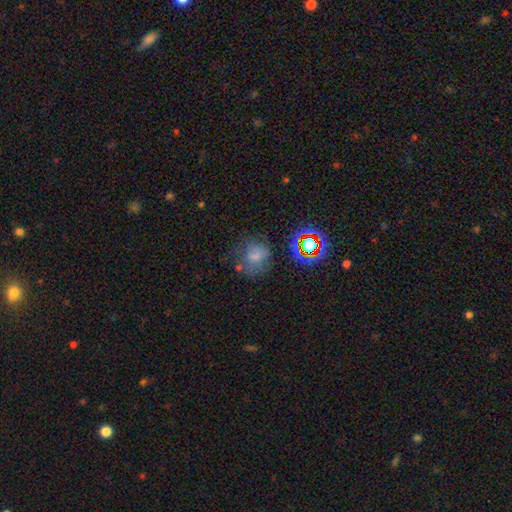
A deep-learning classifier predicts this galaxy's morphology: A smooth galaxy with no disk features (62%) that is round (70%).

Vote fractions:
- Smooth or featured? smooth: 62% / star or artifact: 21% / featured or disk: 17%
- How rounded? round: 70% / in between: 29% / cigar-shaped: 1%
- Merging? none: 56% / minor disturbance: 23% / major disturbance: 15% / merger: 6%